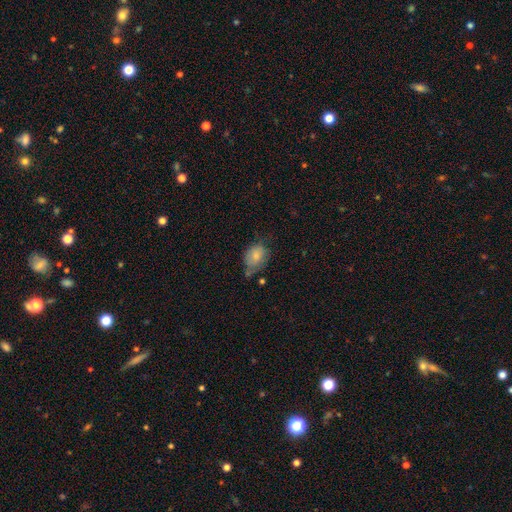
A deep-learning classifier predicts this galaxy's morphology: Smooth or featured? smooth (77%)
How rounded? in between (71%)
Merging? none (45%)